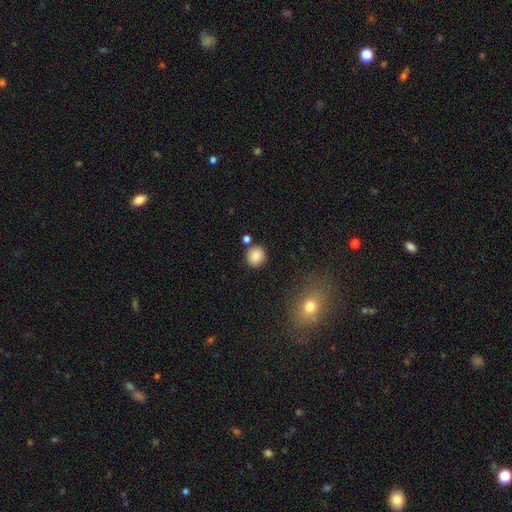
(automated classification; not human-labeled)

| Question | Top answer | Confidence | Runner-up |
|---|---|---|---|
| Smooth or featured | smooth | 86% | star or artifact (9%) |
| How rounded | round | 81% | in between (18%) |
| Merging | none | 78% | minor disturbance (10%) |